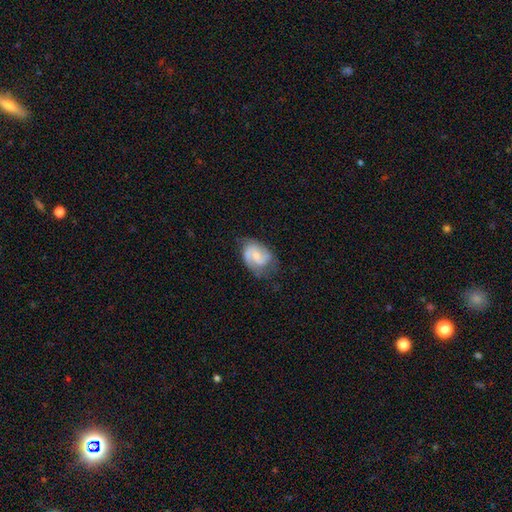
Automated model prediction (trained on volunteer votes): Smooth or featured? Predicted: featured or disk (p=0.66). Edge-on disk? Predicted: no (p=0.97). Bar? Predicted: weak (p=0.46). Spiral arms? Predicted: yes (p=0.90). Spiral winding? Predicted: medium (p=0.48). Spiral arm count? Predicted: 2 (p=0.76). Bulge size? Predicted: small (p=0.50). Merging? Predicted: none (p=0.56).